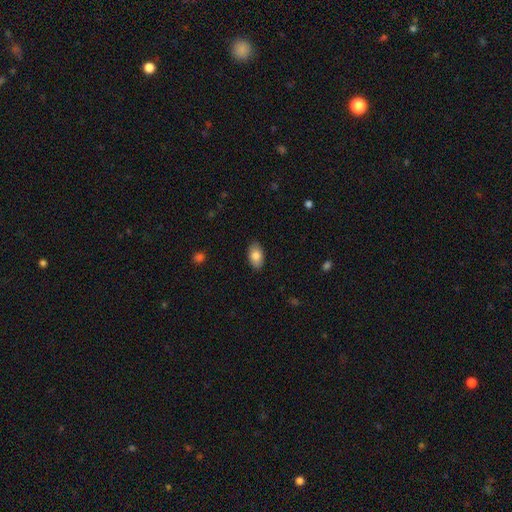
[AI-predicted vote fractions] smooth-or-featured: smooth: 83% | featured or disk: 11% | star or artifact: 7%
  how-rounded: in between: 93% | round: 5% | cigar-shaped: 2%
  merging: none: 87% | minor disturbance: 10% | major disturbance: 2% | merger: 1%